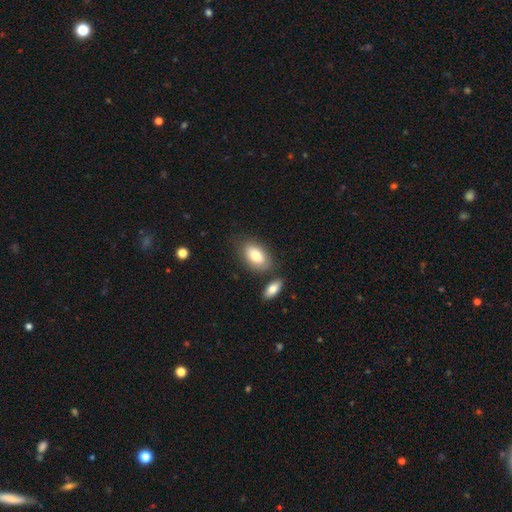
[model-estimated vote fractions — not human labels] Q: Smooth or featured?
A: smooth (81%); runner-up: featured or disk (12%)
Q: How rounded?
A: in between (92%); runner-up: round (5%)
Q: Merging?
A: none (69%); runner-up: merger (14%)